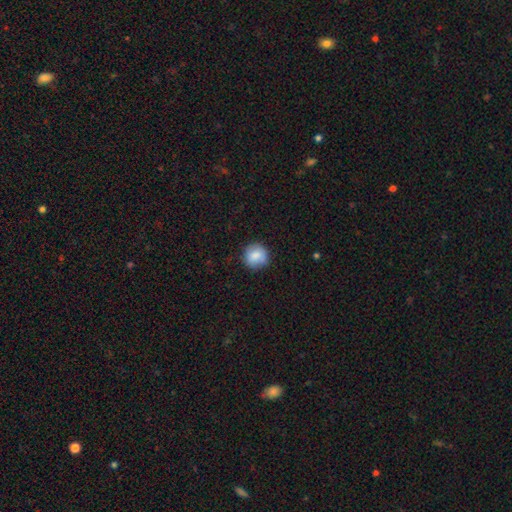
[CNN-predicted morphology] Smooth or featured: smooth — 83% (featured or disk — 9%)
How rounded: round — 90% (in between — 9%)
Merging: none — 81% (minor disturbance — 14%)